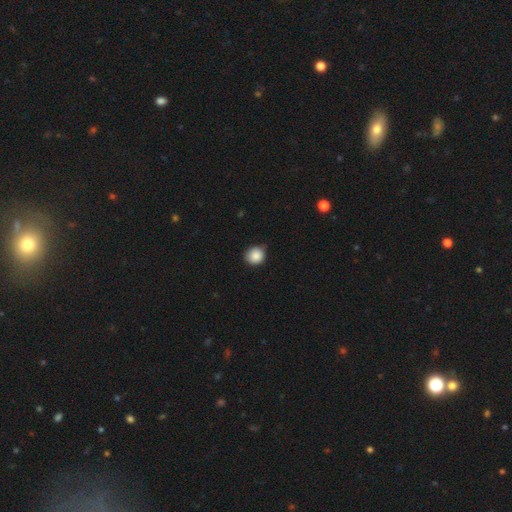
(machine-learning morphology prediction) Q: Smooth or featured?
A: smooth (88%); runner-up: star or artifact (9%)
Q: How rounded?
A: round (87%); runner-up: in between (12%)
Q: Merging?
A: none (75%); runner-up: minor disturbance (21%)